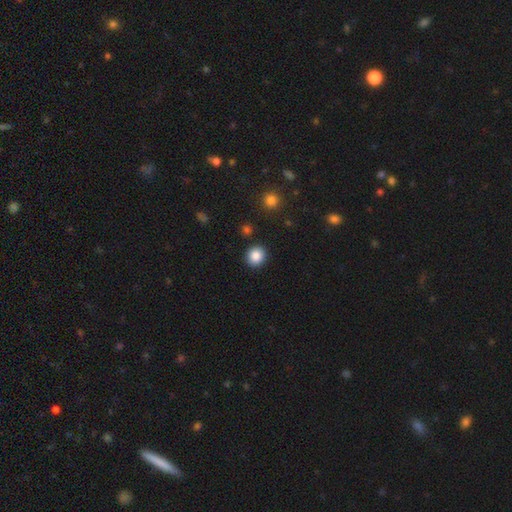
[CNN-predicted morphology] Smooth or featured: smooth — 86% (star or artifact — 9%)
How rounded: round — 87% (in between — 12%)
Merging: none — 90% (minor disturbance — 6%)